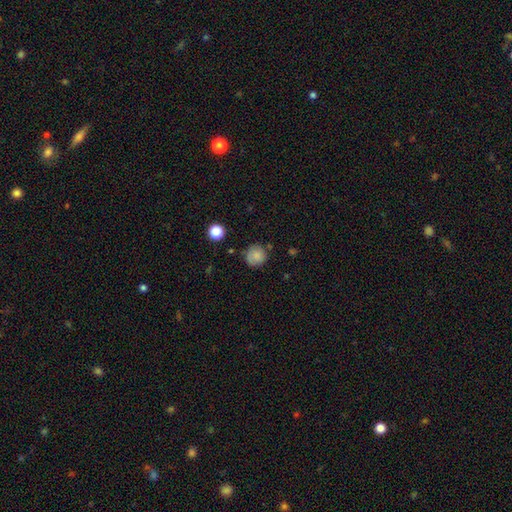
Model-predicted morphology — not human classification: A smooth galaxy with no disk features (79%) that is round (91%). Merging: none (75%).